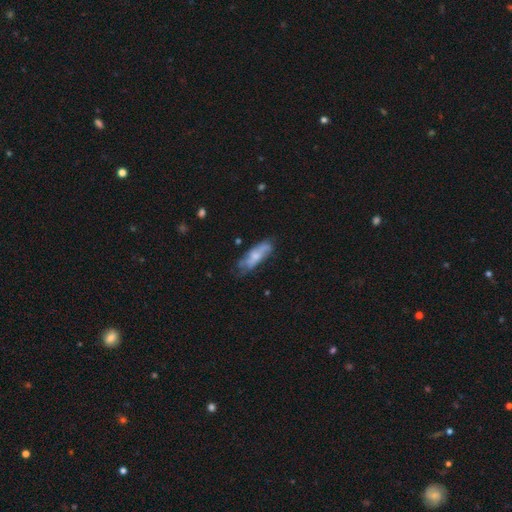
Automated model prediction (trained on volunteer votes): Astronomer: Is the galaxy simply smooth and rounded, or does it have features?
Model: smooth — 50% (runner-up: featured or disk, 42%).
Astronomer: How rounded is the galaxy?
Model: in between — 56% (runner-up: cigar-shaped, 42%).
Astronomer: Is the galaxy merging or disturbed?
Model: none — 50% (runner-up: minor disturbance, 30%).